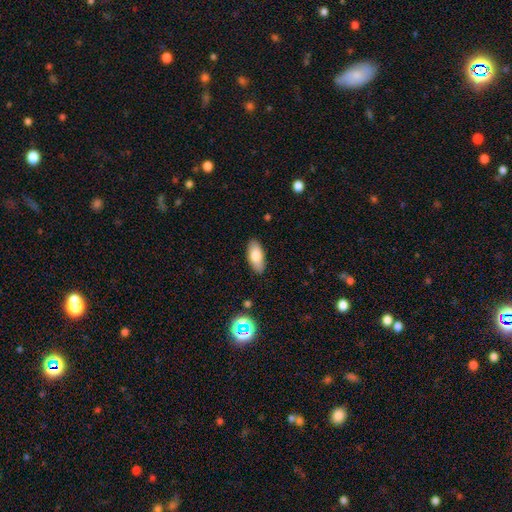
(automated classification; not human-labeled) The model was most divided on "smooth or featured": smooth: 79%, featured or disk: 13%, star or artifact: 7%. More confident: how rounded — in between (88%); merging — none (88%).